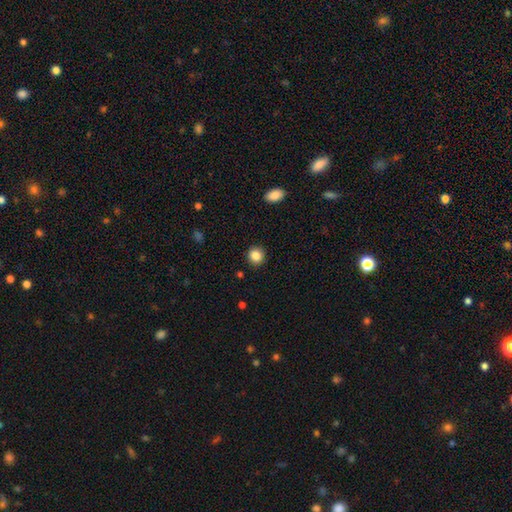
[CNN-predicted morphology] Q: Smooth or featured?
A: smooth (86%); runner-up: star or artifact (10%)
Q: How rounded?
A: round (90%); runner-up: in between (10%)
Q: Merging?
A: none (91%); runner-up: minor disturbance (6%)